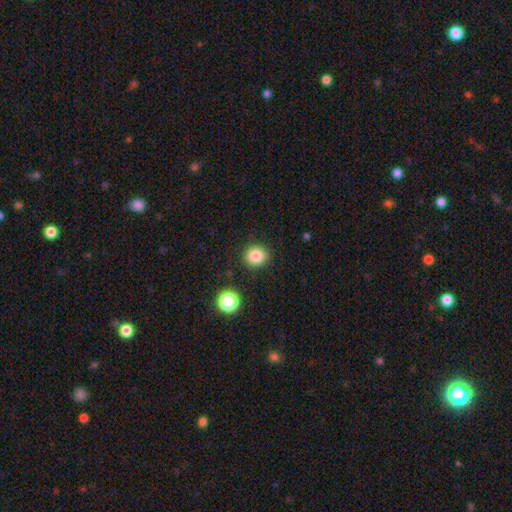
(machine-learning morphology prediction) smooth 83%, star or artifact 12%, featured or disk 5%. Down the decision tree: how rounded — round (84%); merging — none (88%).